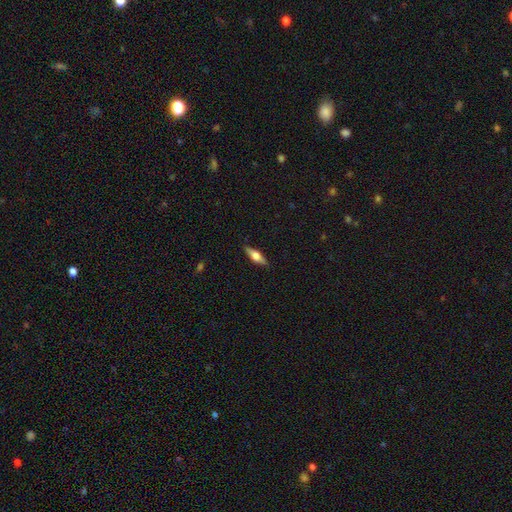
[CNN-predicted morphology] smooth_or_featured: featured or disk (p=0.50) [alt: smooth p=0.44]
disk_edge_on: yes (p=0.93) [alt: no p=0.07]
merging: none (p=0.88) [alt: minor disturbance p=0.09]